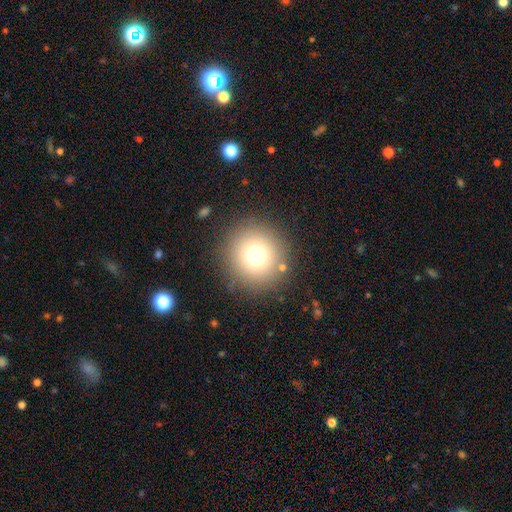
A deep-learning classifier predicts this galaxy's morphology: smooth 72%, star or artifact 18%, featured or disk 10%. Down the decision tree: how rounded — round (95%); merging — none (87%).